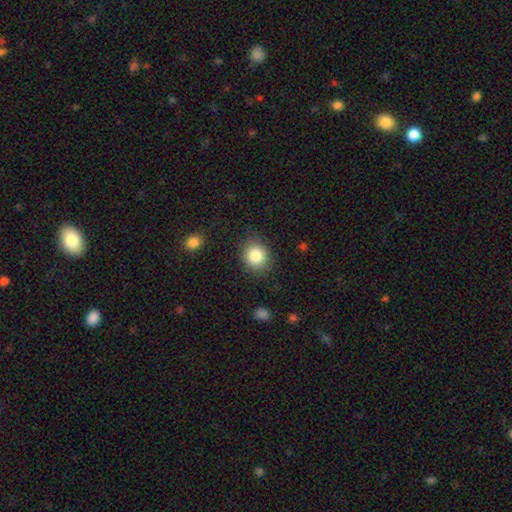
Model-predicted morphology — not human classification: Overall: smooth (84%). How rounded: round (76%). Merging: none (84%).